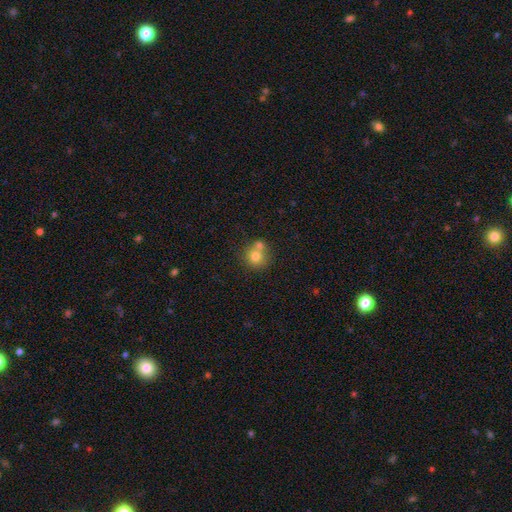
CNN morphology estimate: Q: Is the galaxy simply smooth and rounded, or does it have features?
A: smooth — 74%.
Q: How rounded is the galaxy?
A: round — 87%.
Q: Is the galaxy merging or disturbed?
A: none — 45%.